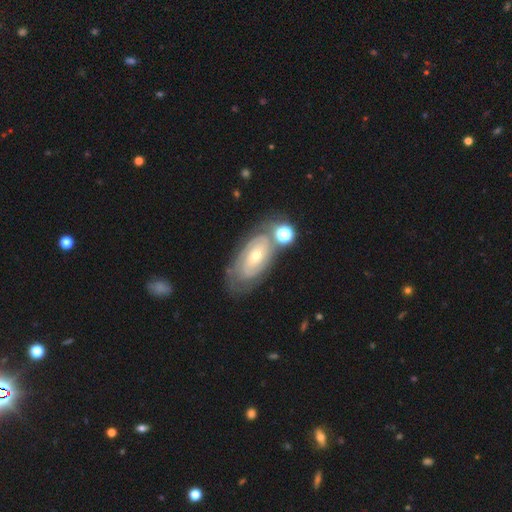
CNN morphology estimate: This appears to be a featured or disk galaxy (76%) with no bar (73%), tight (76%) spiral arms (84%) and a small central bulge (60%). Merging: none (63%).